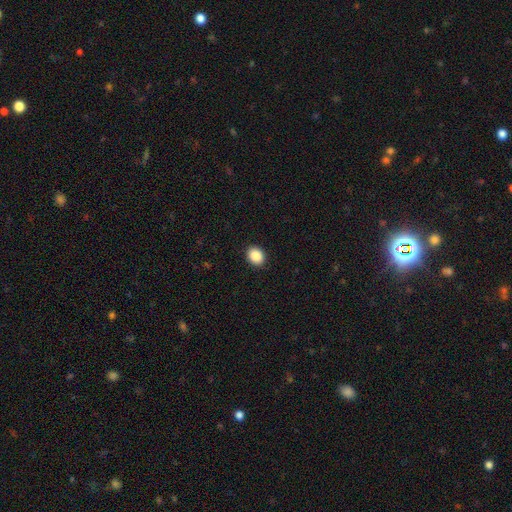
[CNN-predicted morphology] This appears to be a smooth galaxy with no disk features (89%) that is round (51%). Merging: none (91%).